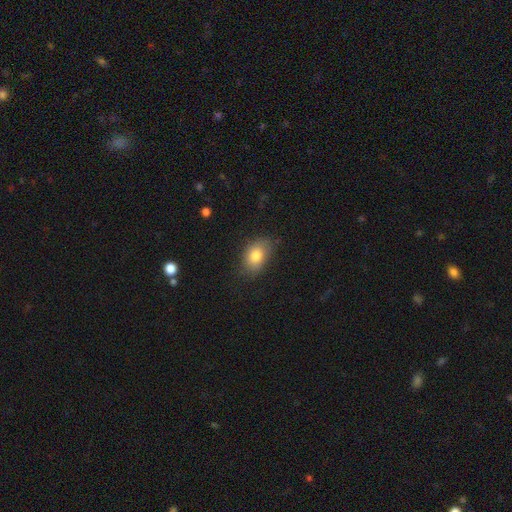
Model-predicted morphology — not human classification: smooth-or-featured: smooth: 81% | featured or disk: 11% | star or artifact: 8%
  how-rounded: in between: 82% | round: 16% | cigar-shaped: 1%
  merging: none: 74% | minor disturbance: 20% | major disturbance: 5% | merger: 1%